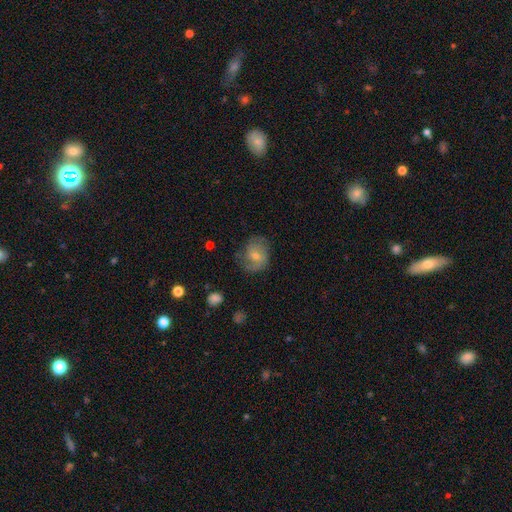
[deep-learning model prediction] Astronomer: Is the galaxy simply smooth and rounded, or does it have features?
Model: featured or disk — 58%.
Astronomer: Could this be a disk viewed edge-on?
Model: no — 97%.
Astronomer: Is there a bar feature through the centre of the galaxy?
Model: no — 63%.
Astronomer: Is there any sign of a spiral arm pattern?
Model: yes — 85%.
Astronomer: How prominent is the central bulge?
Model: small — 53% (runner-up: moderate, 42%).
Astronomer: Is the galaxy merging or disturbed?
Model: none — 67%.